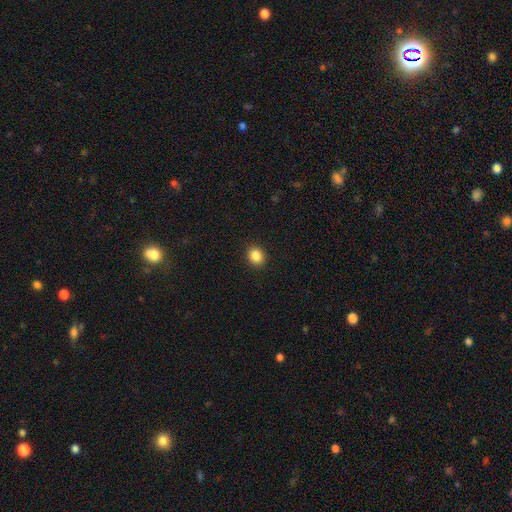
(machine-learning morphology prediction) Smooth or featured?
  - smooth: 86% *
  - star or artifact: 10%
  - featured or disk: 4%
How rounded?
  - round: 68% *
  - in between: 31%
  - cigar-shaped: 1%
Merging?
  - none: 91% *
  - minor disturbance: 6%
  - major disturbance: 2%
  - merger: 1%